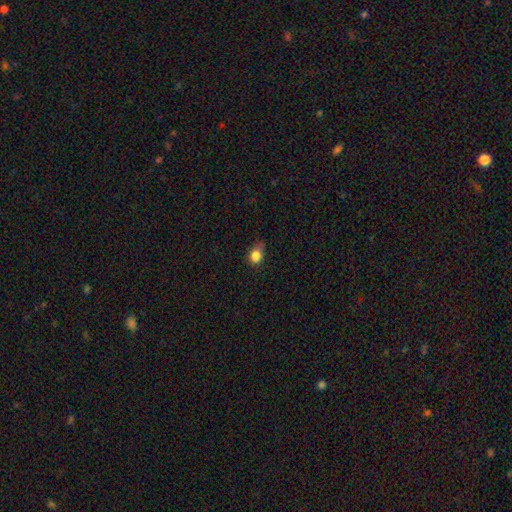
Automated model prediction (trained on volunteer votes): Smooth or featured?
  - smooth: 83% *
  - star or artifact: 11%
  - featured or disk: 6%
How rounded?
  - round: 54% *
  - in between: 45%
  - cigar-shaped: 2%
Merging?
  - none: 45% *
  - minor disturbance: 41%
  - major disturbance: 12%
  - merger: 3%